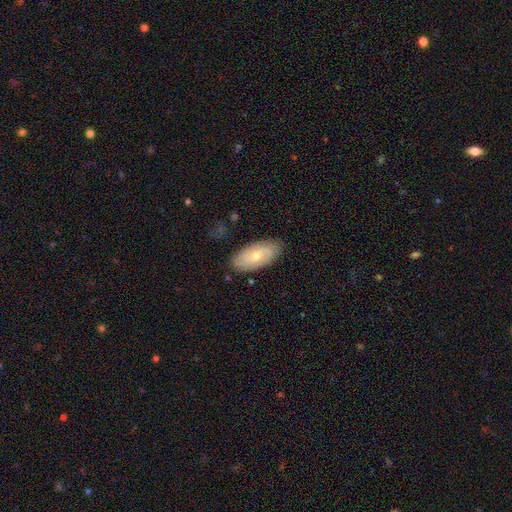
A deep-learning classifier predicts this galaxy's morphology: Smooth or featured?
  - smooth: 59% *
  - featured or disk: 35%
  - star or artifact: 6%
How rounded?
  - in between: 91% *
  - cigar-shaped: 6%
  - round: 3%
Merging?
  - none: 83% *
  - minor disturbance: 13%
  - major disturbance: 3%
  - merger: 1%